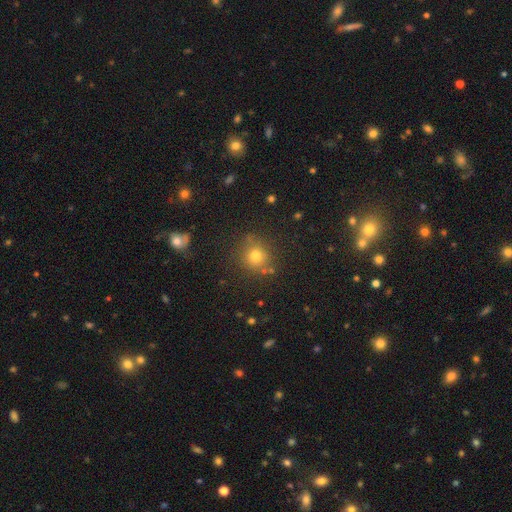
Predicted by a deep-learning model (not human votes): Smooth or featured?
  - smooth: 73% *
  - star or artifact: 19%
  - featured or disk: 8%
How rounded?
  - round: 89% *
  - in between: 10%
  - cigar-shaped: 1%
Merging?
  - none: 80% *
  - minor disturbance: 10%
  - merger: 6%
  - major disturbance: 4%